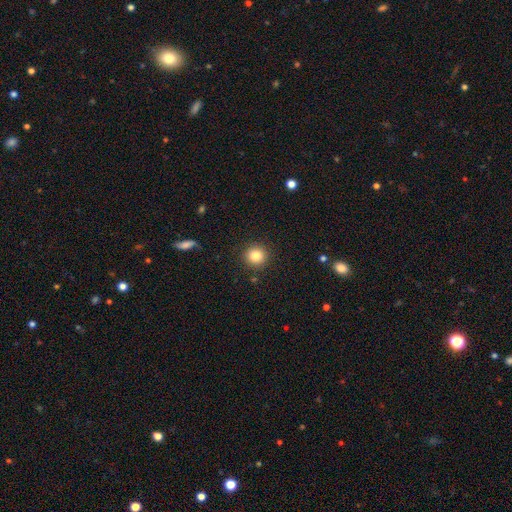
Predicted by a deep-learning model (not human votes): A smooth galaxy with no disk features (83%) that is round (93%).

Vote fractions:
- Smooth or featured? smooth: 83% / star or artifact: 11% / featured or disk: 6%
- How rounded? round: 93% / in between: 6% / cigar-shaped: 1%
- Merging? none: 91% / minor disturbance: 6% / major disturbance: 2% / merger: 1%